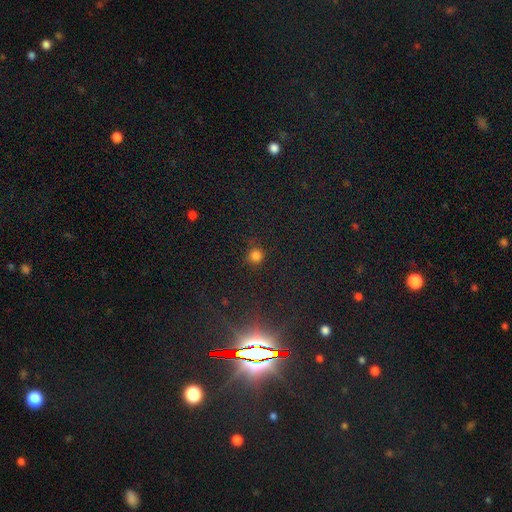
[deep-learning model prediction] Q: Smooth or featured?
A: smooth (80%); runner-up: star or artifact (16%)
Q: How rounded?
A: round (93%); runner-up: in between (6%)
Q: Merging?
A: none (84%); runner-up: minor disturbance (10%)